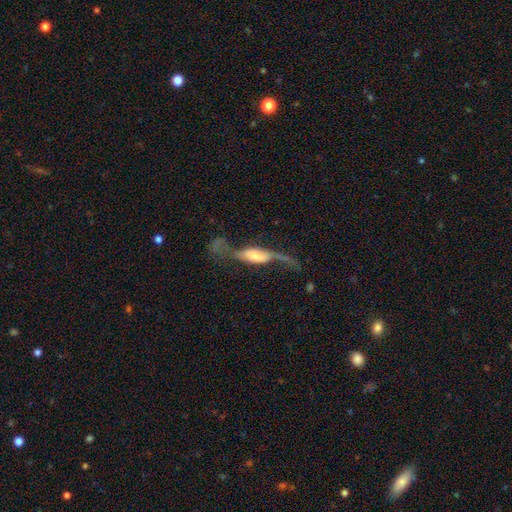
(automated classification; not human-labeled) Smooth or featured?
  - featured or disk: 67% *
  - smooth: 26%
  - star or artifact: 7%
Edge-on disk?
  - no: 60% *
  - yes: 40%
Merging?
  - major disturbance: 41% *
  - none: 33%
  - minor disturbance: 18%
  - merger: 8%